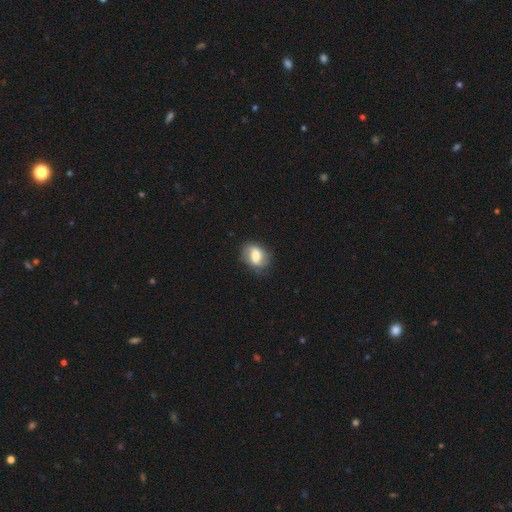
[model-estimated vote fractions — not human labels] A smooth galaxy with no disk features (52%) that is in between round and cigar-shaped (71%).

Vote fractions:
- Smooth or featured? smooth: 52% / featured or disk: 40% / star or artifact: 8%
- How rounded? in between: 71% / round: 26% / cigar-shaped: 2%
- Merging? none: 70% / minor disturbance: 21% / major disturbance: 7% / merger: 1%